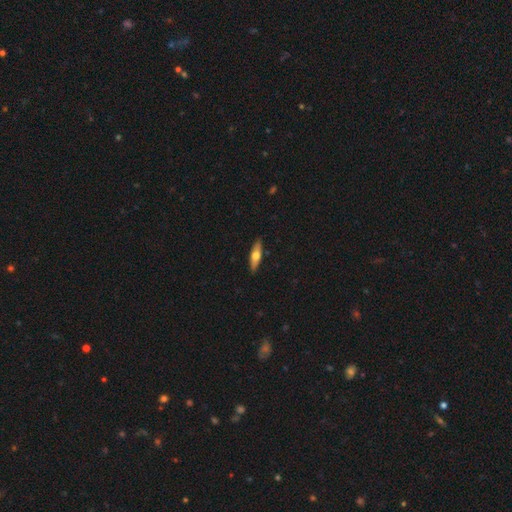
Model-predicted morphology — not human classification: Smooth or featured: smooth — 49% (featured or disk — 46%)
Merging: none — 90% (minor disturbance — 7%)